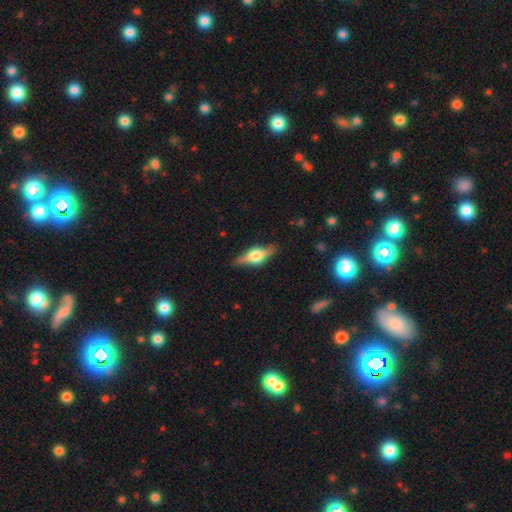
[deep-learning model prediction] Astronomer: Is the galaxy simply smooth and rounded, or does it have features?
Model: featured or disk — 69%.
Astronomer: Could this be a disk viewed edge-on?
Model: yes — 96%.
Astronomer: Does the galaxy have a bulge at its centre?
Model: rounded — 91%.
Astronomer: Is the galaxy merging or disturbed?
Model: none — 84%.